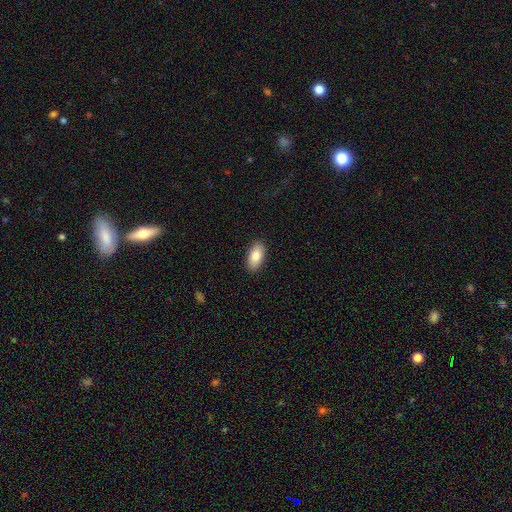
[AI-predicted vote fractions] smooth_or_featured: smooth (p=0.84) [alt: featured or disk p=0.10]
how_rounded: in between (p=0.92) [alt: cigar-shaped p=0.05]
merging: none (p=0.90) [alt: minor disturbance p=0.08]